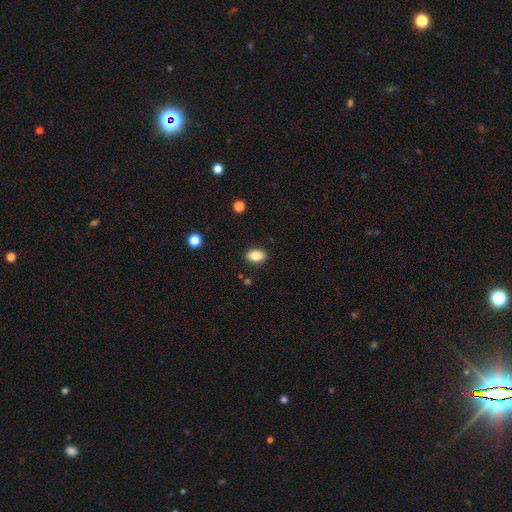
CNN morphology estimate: smooth-or-featured: smooth: 85% | star or artifact: 8% | featured or disk: 6%
  how-rounded: in between: 85% | round: 14% | cigar-shaped: 1%
  merging: none: 88% | minor disturbance: 9% | major disturbance: 2% | merger: 1%